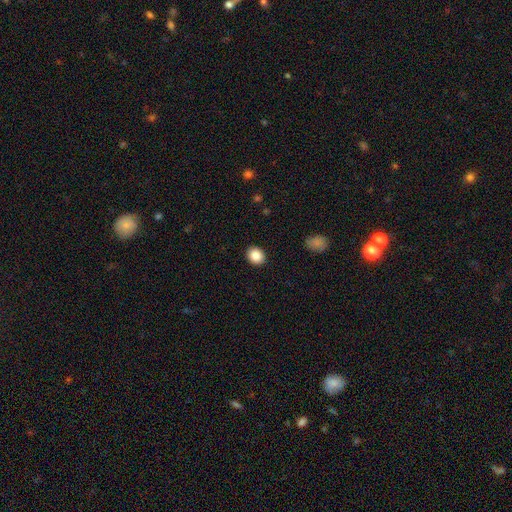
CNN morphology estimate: Smooth or featured: smooth — 86% (star or artifact — 9%)
How rounded: round — 63% (in between — 36%)
Merging: none — 91% (minor disturbance — 6%)